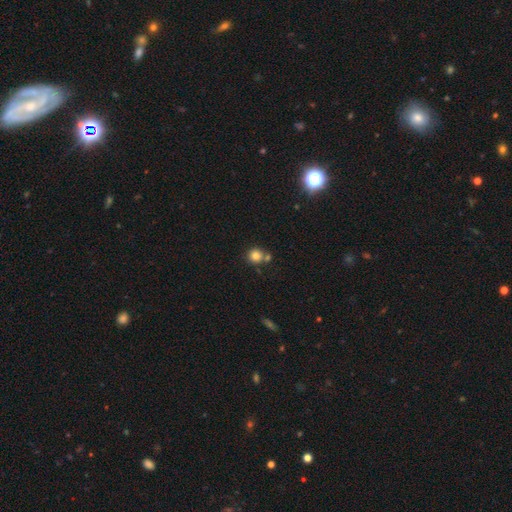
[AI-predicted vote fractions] Smooth or featured? smooth (82%)
How rounded? round (91%)
Merging? none (66%)